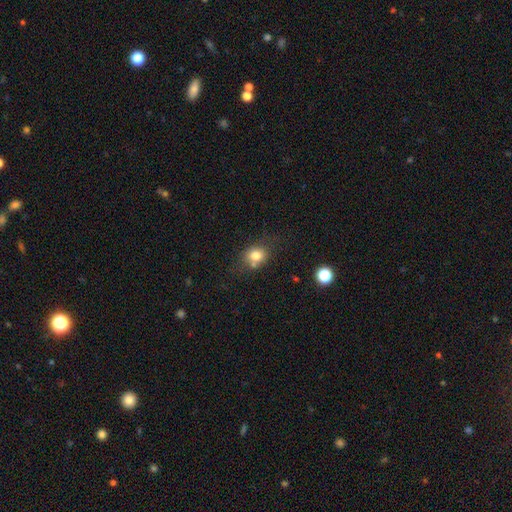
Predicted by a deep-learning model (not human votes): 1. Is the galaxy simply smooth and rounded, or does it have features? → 77% smooth, 11% featured or disk, 11% star or artifact.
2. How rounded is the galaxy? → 61% round, 38% in between, 1% cigar-shaped.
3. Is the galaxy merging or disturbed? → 60% none, 18% minor disturbance, 16% merger, 6% major disturbance.